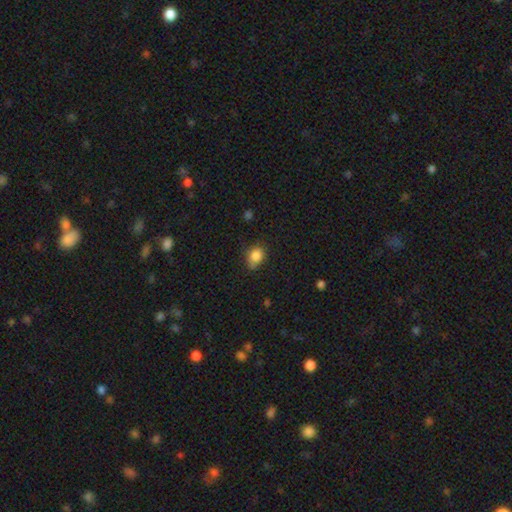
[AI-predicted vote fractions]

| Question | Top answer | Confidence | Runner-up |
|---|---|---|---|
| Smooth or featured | smooth | 84% | star or artifact (10%) |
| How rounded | in between | 51% | round (48%) |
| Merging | none | 60% | minor disturbance (31%) |